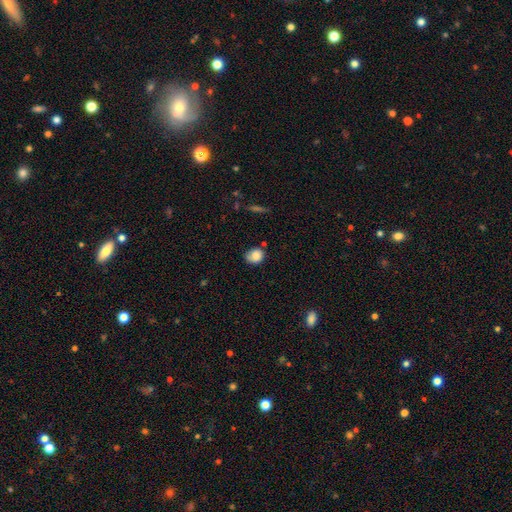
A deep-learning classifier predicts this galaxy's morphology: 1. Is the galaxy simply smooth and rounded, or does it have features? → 80% smooth, 11% featured or disk, 9% star or artifact.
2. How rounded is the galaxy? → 62% round, 37% in between, 1% cigar-shaped.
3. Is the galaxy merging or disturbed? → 59% none, 30% minor disturbance, 7% major disturbance, 4% merger.